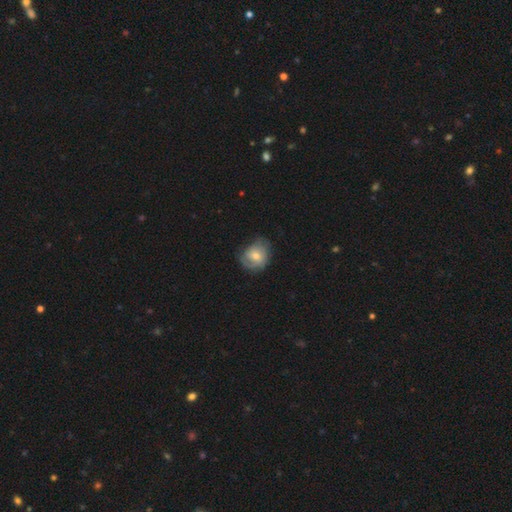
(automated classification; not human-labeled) smooth-or-featured: featured or disk: 46% (tied) | smooth: 46% (tied) | star or artifact: 7%
  merging: none: 57% | minor disturbance: 29% | major disturbance: 13% | merger: 1%